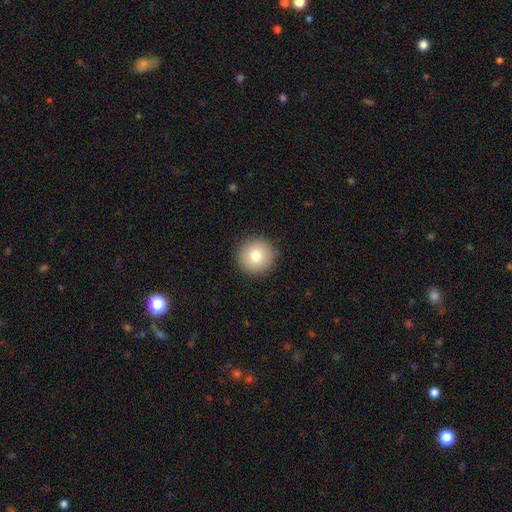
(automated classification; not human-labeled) The model was most divided on "smooth or featured": smooth: 77%, featured or disk: 13%, star or artifact: 10%. More confident: how rounded — round (95%); merging — none (90%).